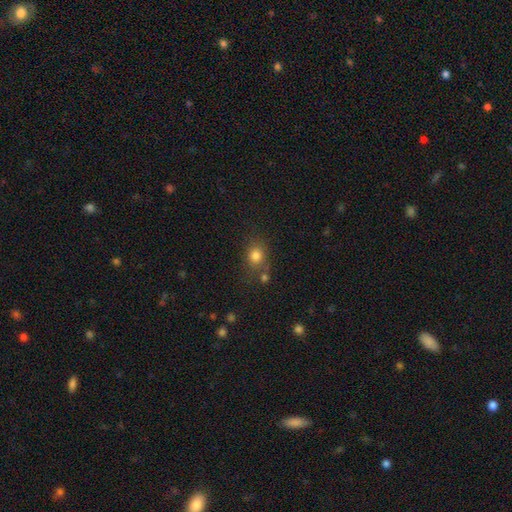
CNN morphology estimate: smooth_or_featured: smooth (p=0.80) [alt: star or artifact p=0.12]
how_rounded: round (p=0.68) [alt: in between p=0.31]
merging: none (p=0.65) [alt: minor disturbance p=0.15]